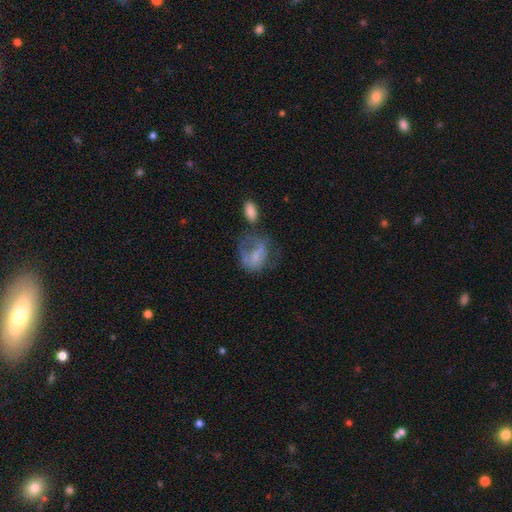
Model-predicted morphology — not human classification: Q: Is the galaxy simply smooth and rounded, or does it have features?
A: smooth — 49%.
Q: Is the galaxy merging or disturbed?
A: major disturbance — 39%.